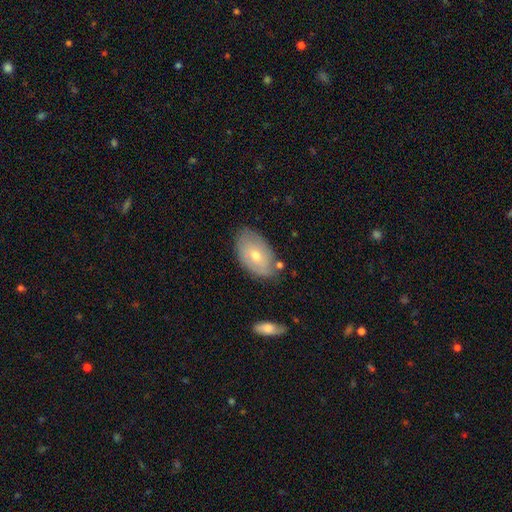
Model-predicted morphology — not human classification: Smooth or featured?
  - smooth: 58% *
  - featured or disk: 35%
  - star or artifact: 7%
How rounded?
  - in between: 92% *
  - round: 7%
  - cigar-shaped: 2%
Merging?
  - none: 70% *
  - minor disturbance: 21%
  - merger: 5%
  - major disturbance: 4%